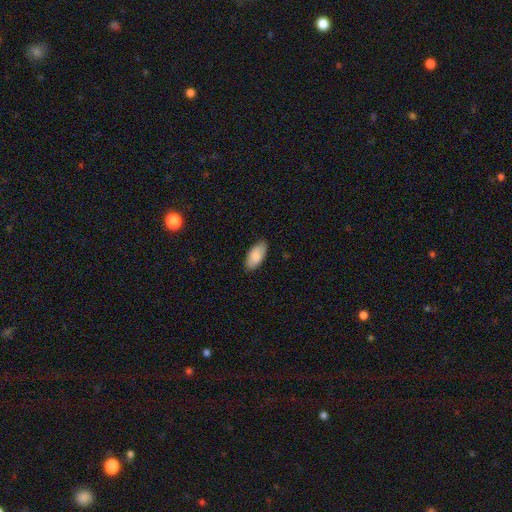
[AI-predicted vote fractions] smooth_or_featured: smooth (p=0.86) [alt: featured or disk p=0.09]
how_rounded: in between (p=0.94) [alt: cigar-shaped p=0.04]
merging: none (p=0.84) [alt: minor disturbance p=0.13]